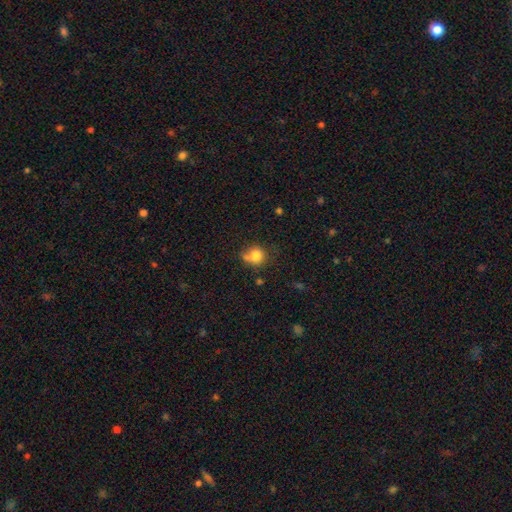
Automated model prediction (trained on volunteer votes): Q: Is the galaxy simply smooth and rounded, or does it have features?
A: smooth — 80%.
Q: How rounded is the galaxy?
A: round — 79%.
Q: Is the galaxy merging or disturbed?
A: none — 51%.